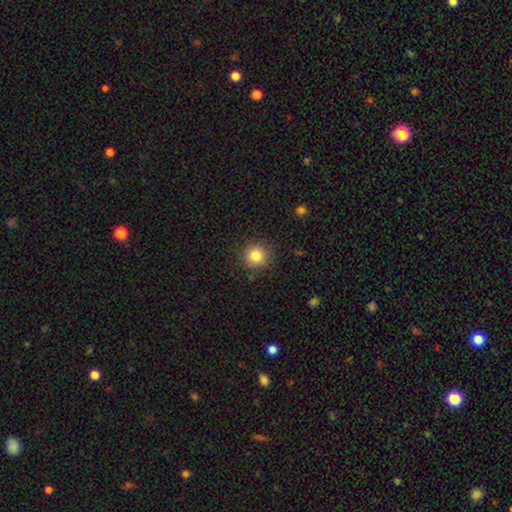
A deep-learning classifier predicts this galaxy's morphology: The model was most divided on "smooth or featured": smooth: 83%, star or artifact: 11%, featured or disk: 6%. More confident: how rounded — round (93%); merging — none (88%).